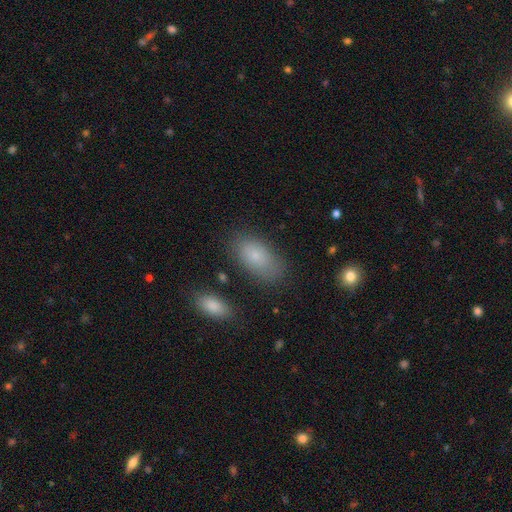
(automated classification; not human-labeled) This appears to be a smooth galaxy with no disk features (78%) that is in between round and cigar-shaped (92%). Merging: none (76%).